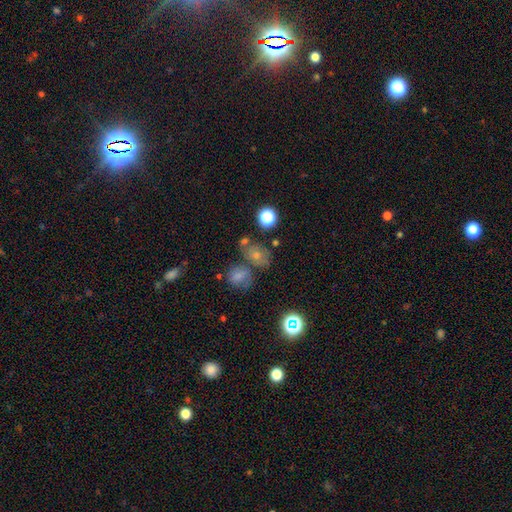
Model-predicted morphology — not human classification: A smooth galaxy with no disk features (62%) that is in between round and cigar-shaped (54%).

Vote fractions:
- Smooth or featured? smooth: 62% / star or artifact: 20% / featured or disk: 18%
- How rounded? in between: 54% / round: 44% / cigar-shaped: 2%
- Merging? none: 53% / merger: 25% / minor disturbance: 15% / major disturbance: 7%